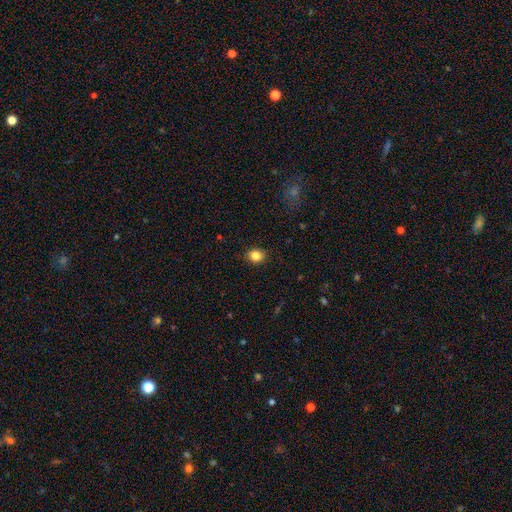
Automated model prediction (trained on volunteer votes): Smooth or featured? smooth (84%)
How rounded? round (67%)
Merging? none (89%)